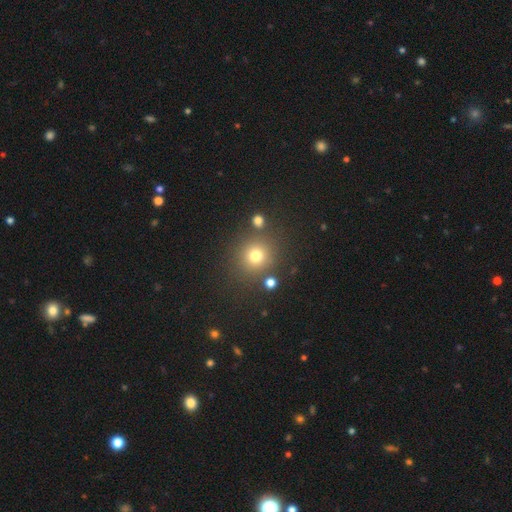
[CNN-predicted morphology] smooth-or-featured: smooth: 74% | star or artifact: 17% | featured or disk: 8%
  how-rounded: round: 91% | in between: 8% | cigar-shaped: 1%
  merging: none: 81% | minor disturbance: 8% | merger: 7% | major disturbance: 4%